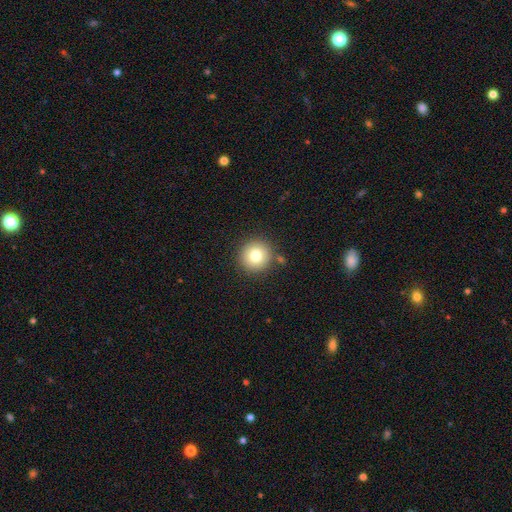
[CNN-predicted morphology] This appears to be a smooth galaxy with no disk features (79%) that is round (94%). Merging: none (86%).